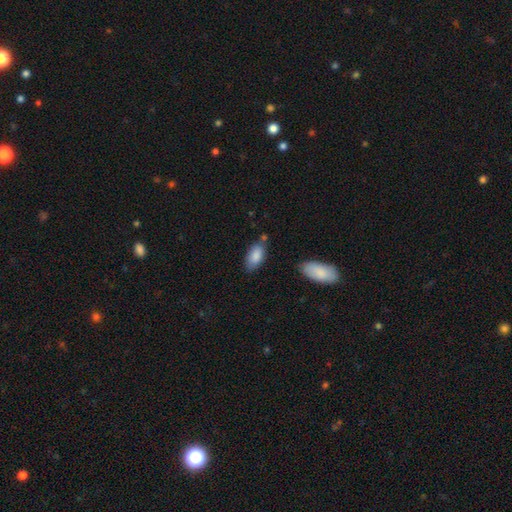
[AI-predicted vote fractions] Q: Smooth or featured?
A: smooth (87%); runner-up: featured or disk (7%)
Q: How rounded?
A: in between (92%); runner-up: cigar-shaped (5%)
Q: Merging?
A: none (67%); runner-up: minor disturbance (21%)